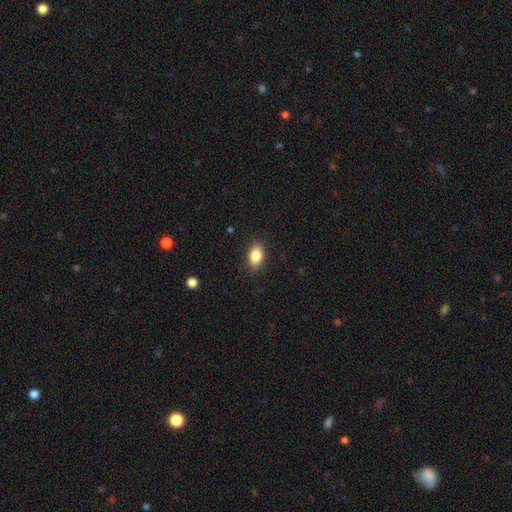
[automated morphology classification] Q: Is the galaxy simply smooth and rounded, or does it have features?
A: smooth — 86%.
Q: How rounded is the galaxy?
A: in between — 88%.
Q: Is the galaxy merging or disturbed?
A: none — 88%.